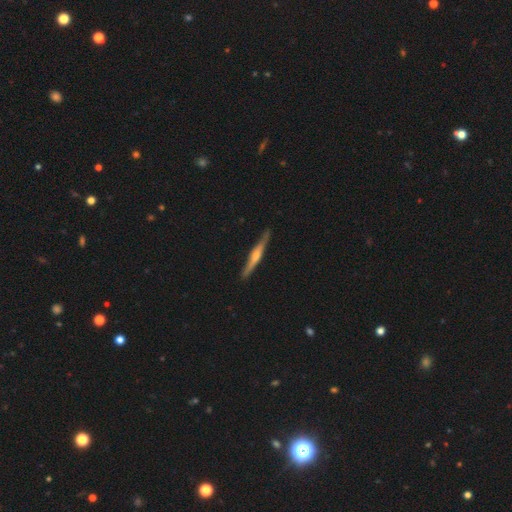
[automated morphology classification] Smooth or featured? Predicted: featured or disk (p=0.69). Edge-on disk? Predicted: yes (p=0.97). Edge-on bulge? Predicted: rounded (p=0.78). Merging? Predicted: none (p=0.88).